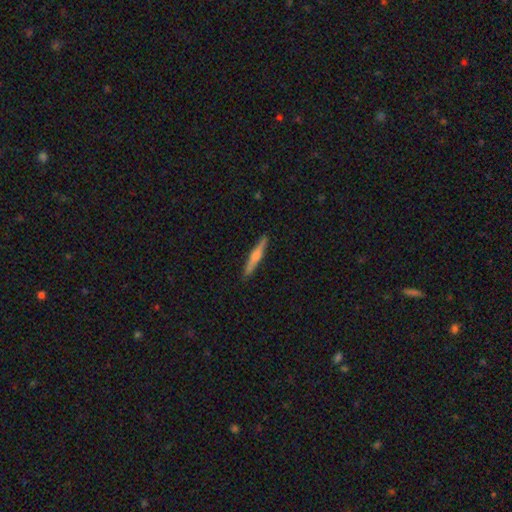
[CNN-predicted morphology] Smooth or featured? Predicted: featured or disk (p=0.47, tied with smooth). Merging? Predicted: none (p=0.91).